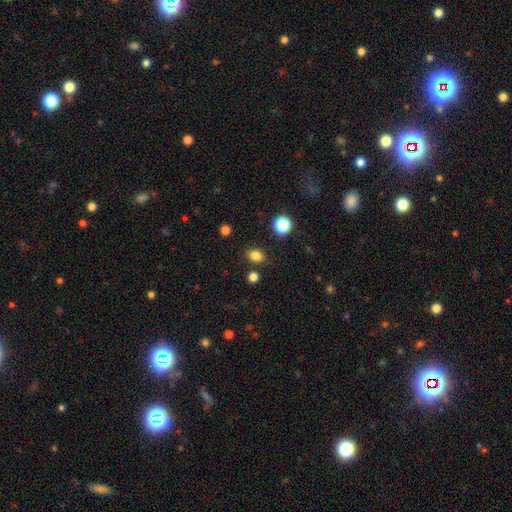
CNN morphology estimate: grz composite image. It shows a smooth galaxy with no disk features (82%) that is in between round and cigar-shaped (71%). Merging: none (84%).